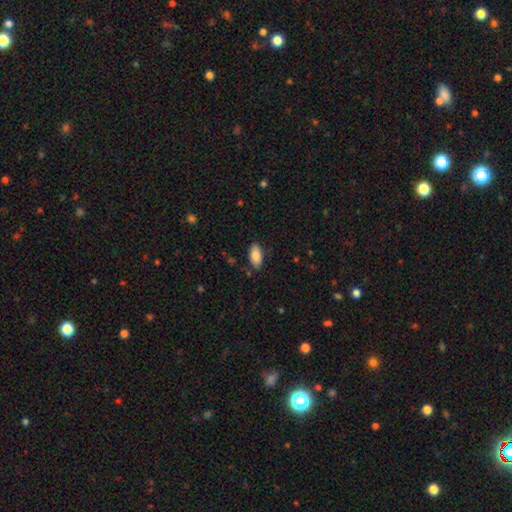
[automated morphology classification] smooth_or_featured: smooth (p=0.87) [alt: star or artifact p=0.07]
how_rounded: in between (p=0.94) [alt: cigar-shaped p=0.04]
merging: none (p=0.85) [alt: minor disturbance p=0.11]